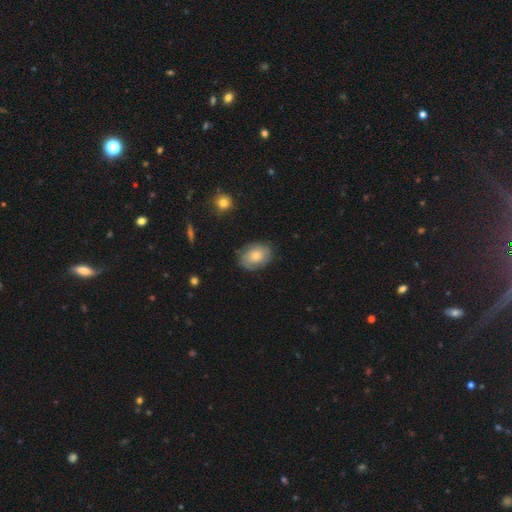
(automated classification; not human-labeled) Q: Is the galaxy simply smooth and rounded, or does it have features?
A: smooth — 61%.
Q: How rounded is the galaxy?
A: in between — 73%.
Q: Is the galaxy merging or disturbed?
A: none — 77%.